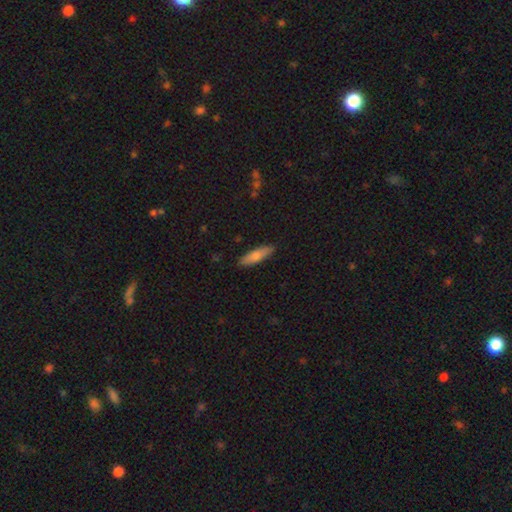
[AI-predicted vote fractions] Q: Smooth or featured?
A: smooth (72%); runner-up: featured or disk (22%)
Q: How rounded?
A: cigar-shaped (64%); runner-up: in between (34%)
Q: Merging?
A: none (88%); runner-up: minor disturbance (9%)